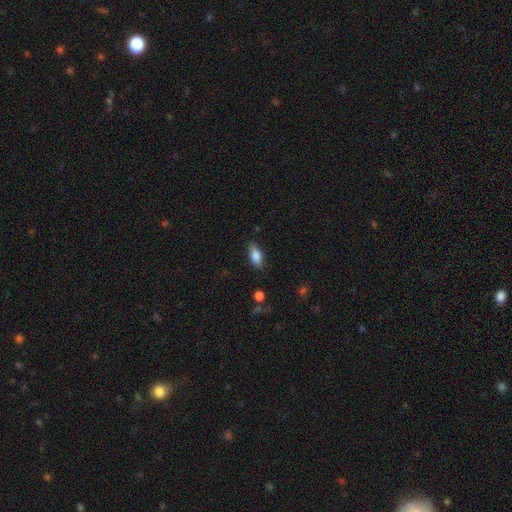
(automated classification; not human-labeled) smooth-or-featured: smooth: 84% | featured or disk: 9% | star or artifact: 7%
  how-rounded: in between: 84% | cigar-shaped: 13% | round: 3%
  merging: none: 82% | minor disturbance: 14% | major disturbance: 3% | merger: 1%